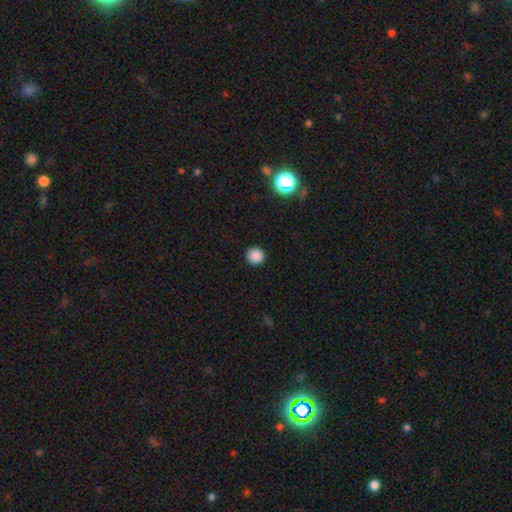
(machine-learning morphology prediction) type=smooth (86%); roundness=round (95%); merging=none (92%).